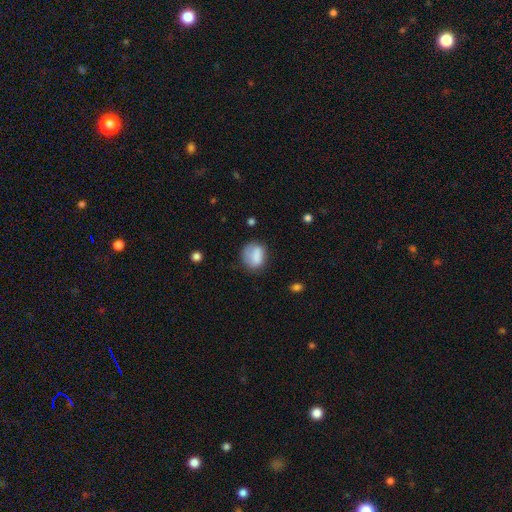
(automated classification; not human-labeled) A smooth galaxy with no disk features (78%) that is round (54%).

Vote fractions:
- Smooth or featured? smooth: 78% / featured or disk: 14% / star or artifact: 8%
- How rounded? round: 54% / in between: 45% / cigar-shaped: 1%
- Merging? none: 57% / minor disturbance: 27% / major disturbance: 13% / merger: 4%